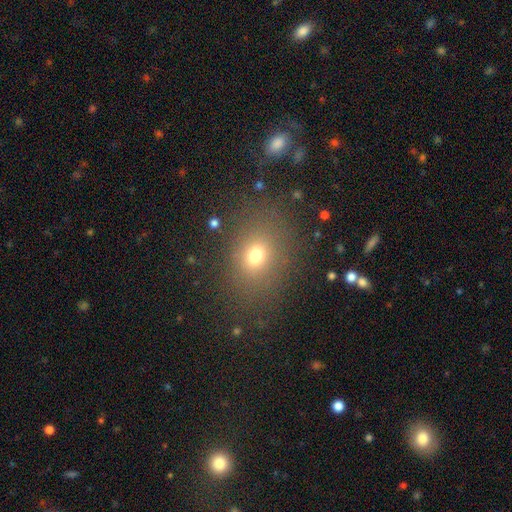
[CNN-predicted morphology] The model was most divided on "how rounded": in between: 53%, round: 45%, cigar-shaped: 2%. More confident: merging — none (78%); smooth or featured — smooth (70%).